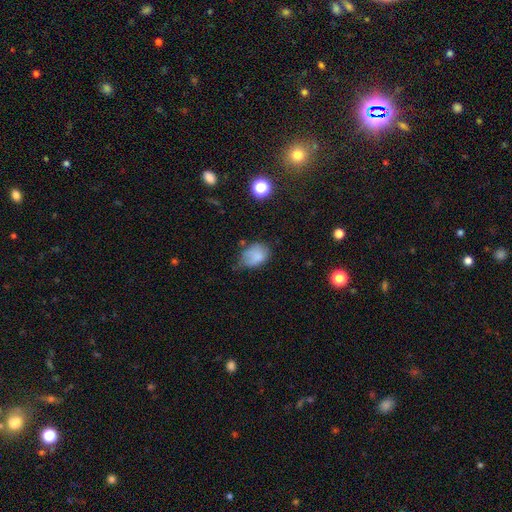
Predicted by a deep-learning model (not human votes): Morphology: type=smooth (77%); roundness=in between (73%); merging=minor disturbance (41%).